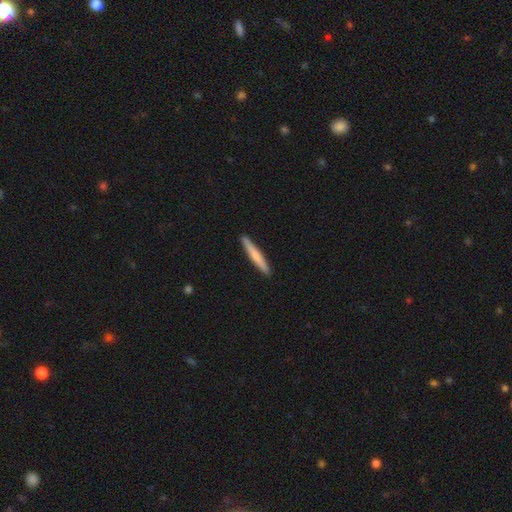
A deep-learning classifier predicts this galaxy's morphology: This is likely a smooth galaxy (68%). How rounded: clearly cigar-shaped (95%). Merging: clearly none (92%).